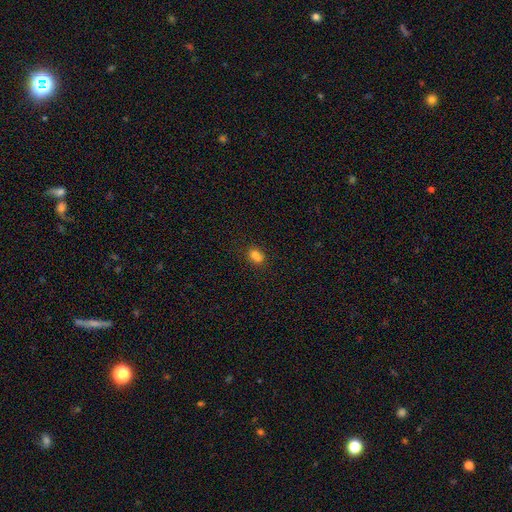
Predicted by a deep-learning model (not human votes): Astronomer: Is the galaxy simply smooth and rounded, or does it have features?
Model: smooth — 77%.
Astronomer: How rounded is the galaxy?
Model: in between — 66%.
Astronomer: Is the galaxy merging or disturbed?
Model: none — 60%.